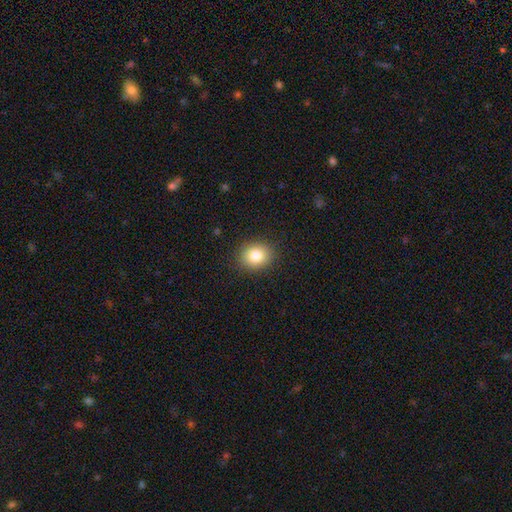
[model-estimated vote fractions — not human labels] Overall: smooth (83%). How rounded: round (63%; in between 37%). Merging: none (89%).